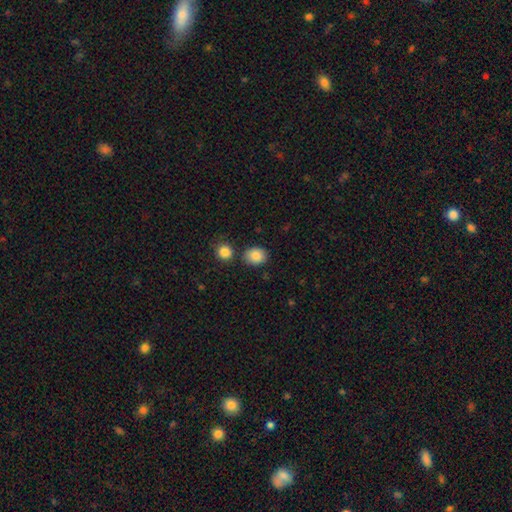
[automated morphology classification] A smooth galaxy with no disk features (86%) that is round (55%). Merging: none (77%).